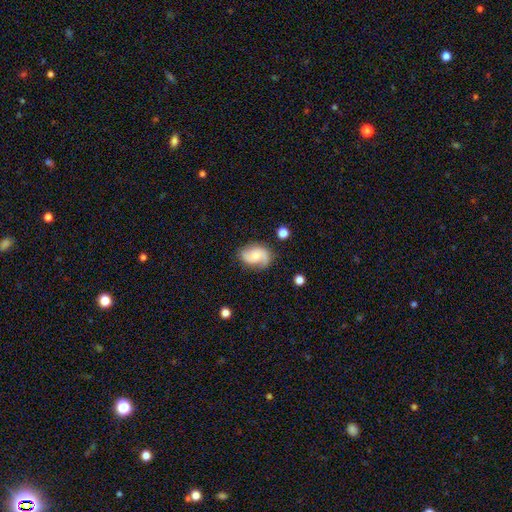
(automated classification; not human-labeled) Smooth or featured?
  - featured or disk: 60% *
  - smooth: 33%
  - star or artifact: 8%
Edge-on disk?
  - no: 97% *
  - yes: 3%
Bar?
  - no: 67% *
  - weak: 28%
  - strong: 5%
Spiral arms?
  - yes: 91% *
  - no: 9%
Spiral winding?
  - medium: 42% *
  - loose: 33%
  - tight: 25%
Spiral arm count?
  - 2: 77% *
  - 1: 9%
  - can't tell: 9%
  - 3: 2%
  - 4: 1%
  - more than 4: 1%
Bulge size?
  - small: 45% *
  - moderate: 43%
  - none: 6%
  - large: 4%
  - dominant: 1%
Merging?
  - none: 70% *
  - minor disturbance: 20%
  - major disturbance: 7%
  - merger: 2%